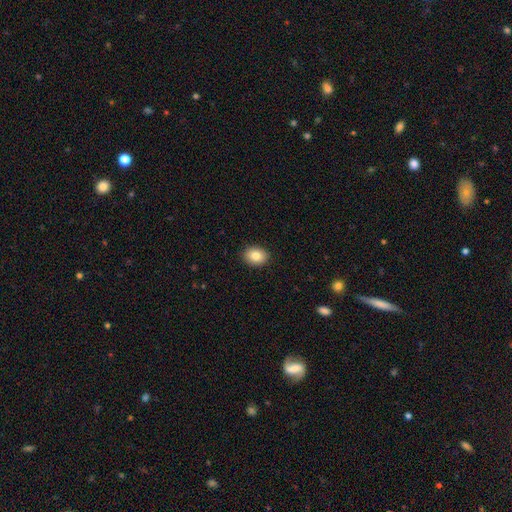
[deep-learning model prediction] A smooth galaxy with no disk features (84%) that is in between round and cigar-shaped (65%). Merging: none (90%).